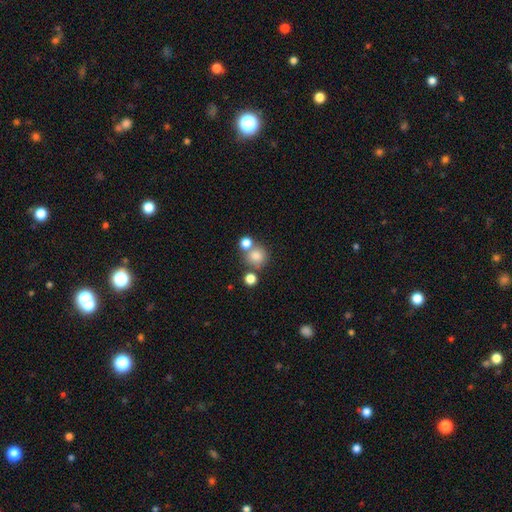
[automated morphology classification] This appears to be a smooth galaxy with no disk features (78%) that is round (89%). Merging: none (60%).